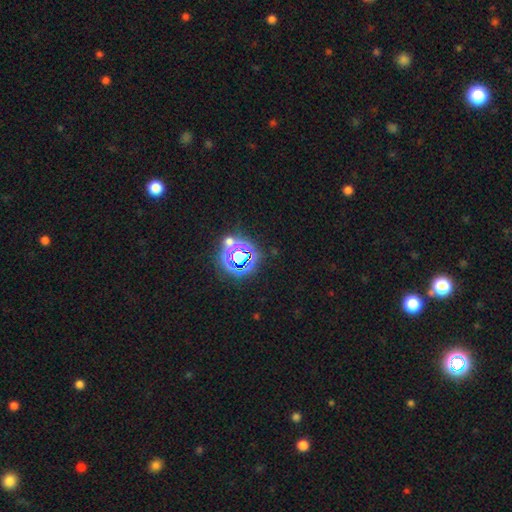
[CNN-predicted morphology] A star or artifact, not a galaxy (78%).

Vote fractions:
- Smooth or featured? star or artifact: 78% / smooth: 15% / featured or disk: 7%